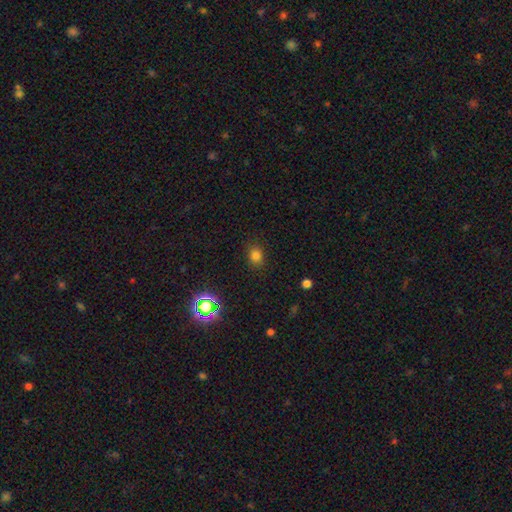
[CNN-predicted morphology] Smooth or featured?
  - smooth: 77% *
  - star or artifact: 19%
  - featured or disk: 5%
How rounded?
  - round: 57% *
  - in between: 42%
  - cigar-shaped: 1%
Merging?
  - none: 84% *
  - minor disturbance: 11%
  - major disturbance: 3%
  - merger: 1%